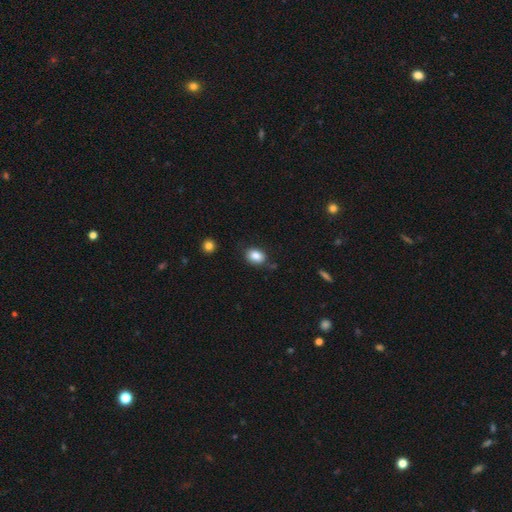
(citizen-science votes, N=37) smooth_or_featured: smooth (p=0.89) [alt: featured or disk p=0.05]
how_rounded: in between (p=0.82) [alt: round p=0.18]
merging: none (p=0.86) [alt: minor disturbance p=0.11]